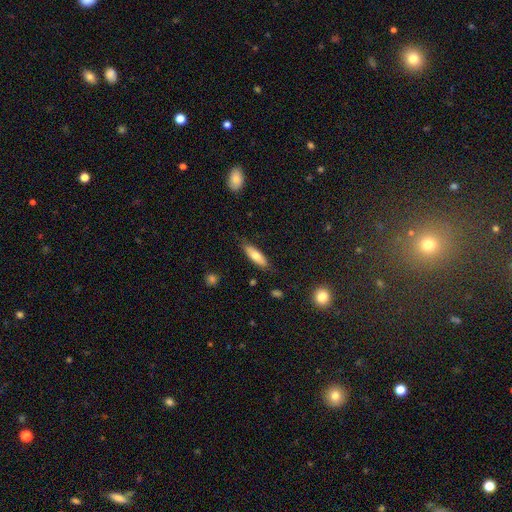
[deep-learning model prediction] Overall: smooth (72%). How rounded: cigar-shaped (58%; in between 40%). Merging: none (81%).